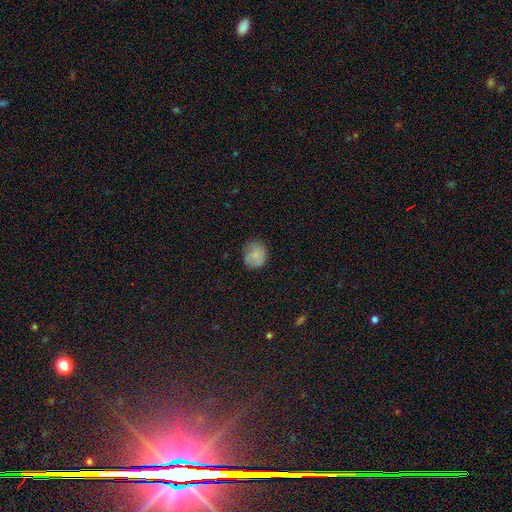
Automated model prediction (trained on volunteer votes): Smooth or featured: smooth — 83% (star or artifact — 9%)
How rounded: round — 81% (in between — 18%)
Merging: none — 75% (minor disturbance — 19%)